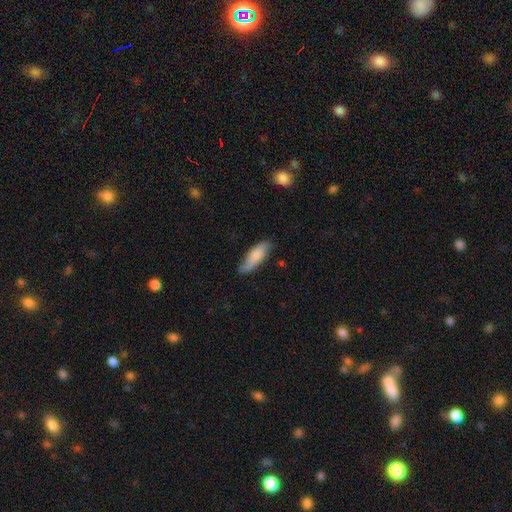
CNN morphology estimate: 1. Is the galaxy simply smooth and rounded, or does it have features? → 68% smooth, 25% featured or disk, 6% star or artifact.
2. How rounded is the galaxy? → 61% in between, 37% cigar-shaped, 2% round.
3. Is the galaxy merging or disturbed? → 68% none, 24% minor disturbance, 6% major disturbance, 2% merger.